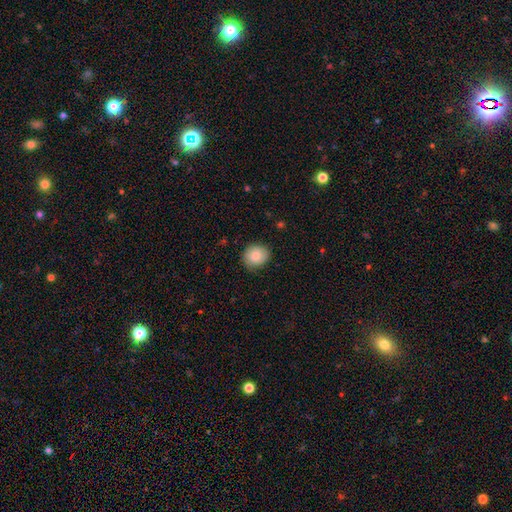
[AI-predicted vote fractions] Overall: smooth (81%). How rounded: round (78%). Merging: none (76%).